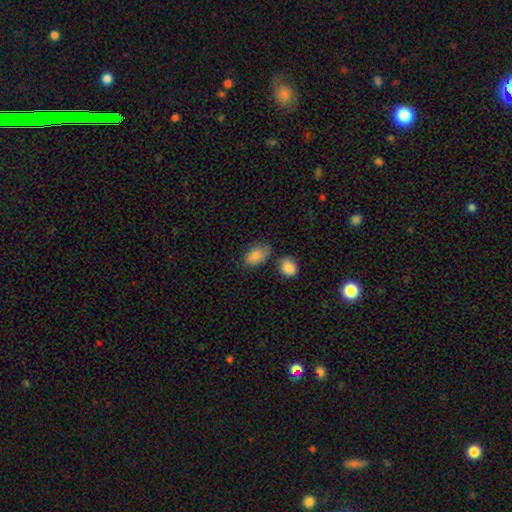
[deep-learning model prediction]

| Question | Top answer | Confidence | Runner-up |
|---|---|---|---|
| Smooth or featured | smooth | 85% | star or artifact (8%) |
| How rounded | in between | 89% | round (9%) |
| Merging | none | 59% | minor disturbance (25%) |